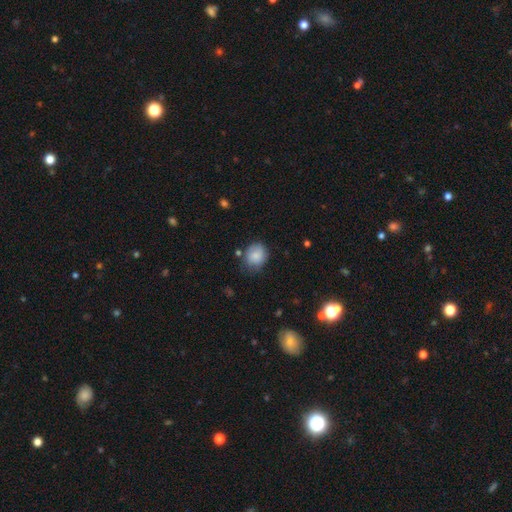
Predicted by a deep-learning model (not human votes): A smooth galaxy with no disk features (81%) that is round (66%).

Vote fractions:
- Smooth or featured? smooth: 81% / featured or disk: 11% / star or artifact: 8%
- How rounded? round: 66% / in between: 33% / cigar-shaped: 1%
- Merging? none: 64% / minor disturbance: 25% / major disturbance: 7% / merger: 3%